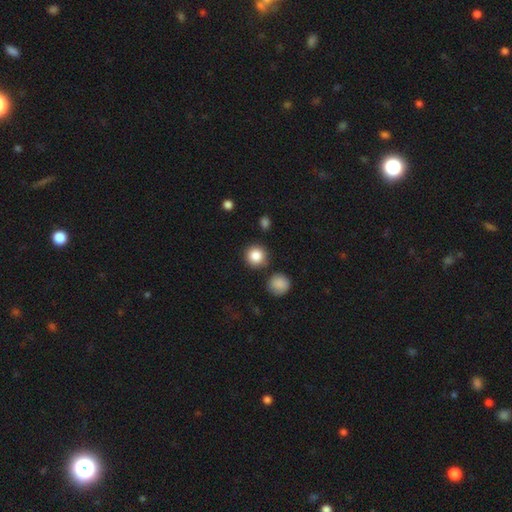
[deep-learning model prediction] Smooth or featured? Predicted: smooth (p=0.86). How rounded? Predicted: round (p=0.94). Merging? Predicted: none (p=0.85).